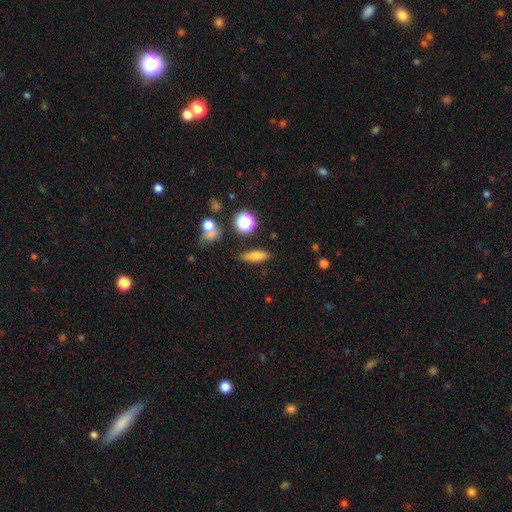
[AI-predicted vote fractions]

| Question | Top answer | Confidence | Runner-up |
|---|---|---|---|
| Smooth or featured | smooth | 73% | featured or disk (15%) |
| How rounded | cigar-shaped | 51% | in between (40%) |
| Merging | none | 83% | minor disturbance (10%) |